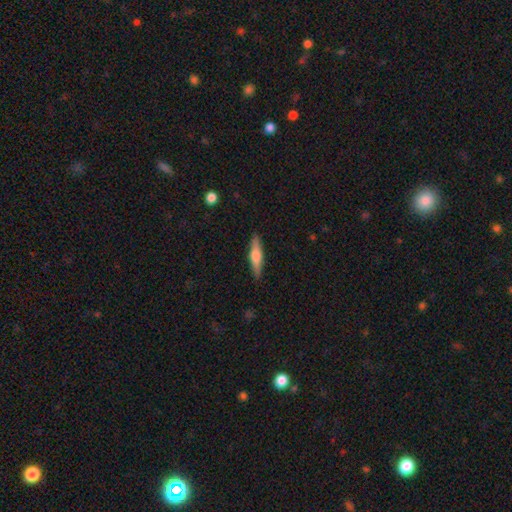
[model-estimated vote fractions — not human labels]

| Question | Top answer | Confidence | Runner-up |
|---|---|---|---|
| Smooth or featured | smooth | 52% | featured or disk (42%) |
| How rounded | cigar-shaped | 78% | in between (20%) |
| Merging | none | 89% | minor disturbance (8%) |